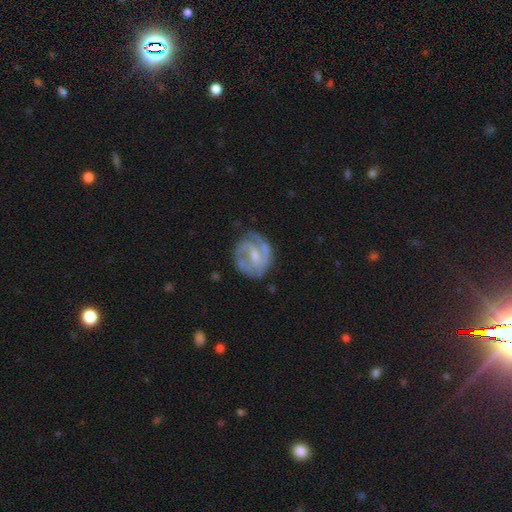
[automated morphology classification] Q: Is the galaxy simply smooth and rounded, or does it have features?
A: featured or disk — 80%.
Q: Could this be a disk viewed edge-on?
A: no — 98%.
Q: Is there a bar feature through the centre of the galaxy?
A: weak — 52%.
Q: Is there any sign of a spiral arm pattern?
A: yes — 88%.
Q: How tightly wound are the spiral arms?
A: tight — 46%.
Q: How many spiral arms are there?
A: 2 — 51%.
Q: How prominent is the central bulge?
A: small — 47%.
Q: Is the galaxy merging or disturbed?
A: none — 64%.